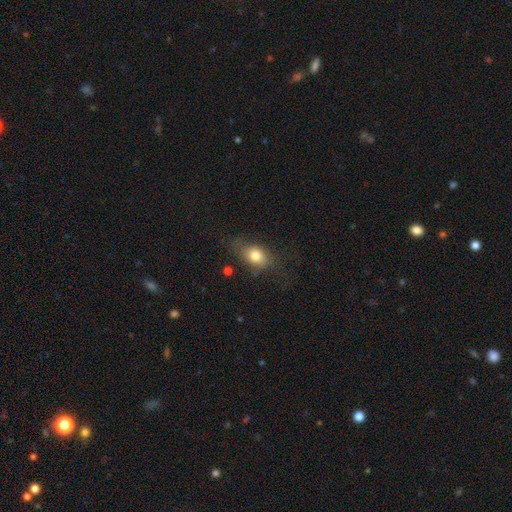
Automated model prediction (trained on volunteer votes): Overall: smooth (77%). How rounded: in between (72%). Merging: none (58%; minor disturbance 26%).